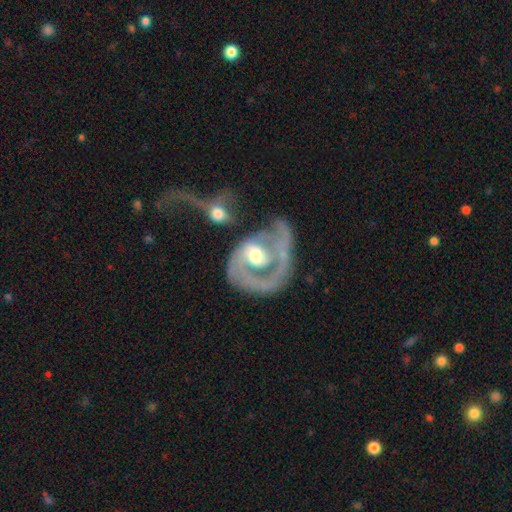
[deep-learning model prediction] smooth-or-featured: featured or disk: 85% | smooth: 10% | star or artifact: 5%
  disk-edge-on: no: 98% | yes: 2%
    bar: no: 56% | weak: 32% | strong: 11%
    has-spiral-arms: yes: 84% | no: 16%
      spiral-winding: tight: 43% | medium: 37% | loose: 20%
      spiral-arm-count: 1: 38% | 2: 32% | can't tell: 16% | 3: 8% | 4: 3% | more than 4: 3%
    bulge-size: moderate: 74% | small: 12% | large: 12% | none: 2% | dominant: 1%
  merging: major disturbance: 34% | none: 30% | minor disturbance: 19% | merger: 17%